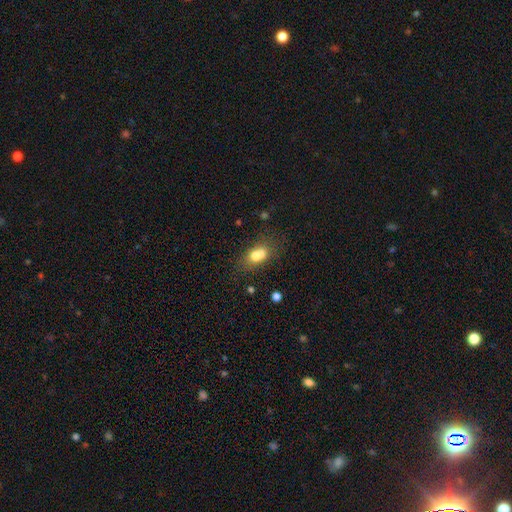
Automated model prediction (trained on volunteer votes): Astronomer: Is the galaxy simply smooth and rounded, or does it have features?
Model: smooth — 69%.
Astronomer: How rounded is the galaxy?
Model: in between — 66%.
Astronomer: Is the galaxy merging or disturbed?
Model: merger — 49% (runner-up: none, 34%).